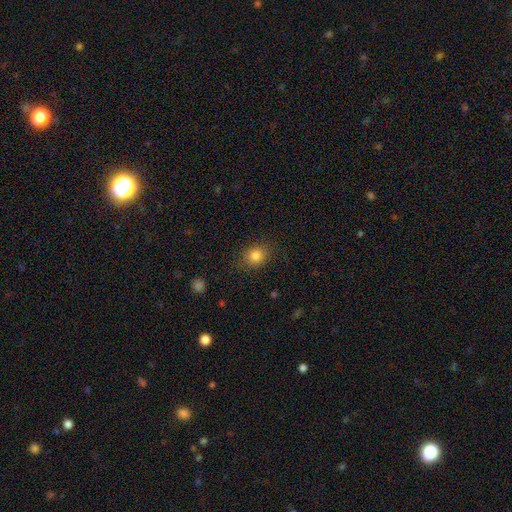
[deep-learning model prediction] Q: Smooth or featured?
A: smooth (84%); runner-up: star or artifact (11%)
Q: How rounded?
A: round (64%); runner-up: in between (35%)
Q: Merging?
A: none (81%); runner-up: minor disturbance (13%)